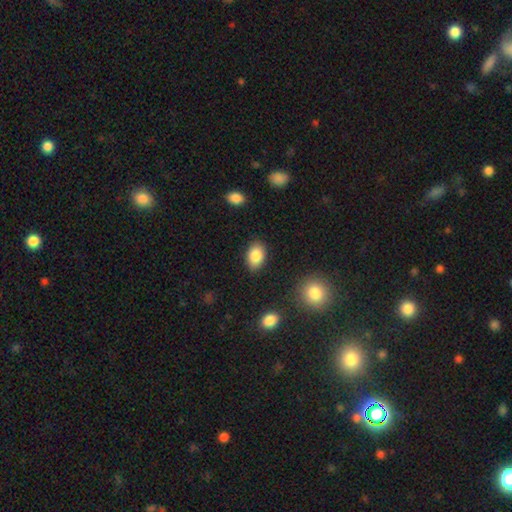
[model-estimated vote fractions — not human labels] Smooth or featured? Predicted: smooth (p=0.85). How rounded? Predicted: in between (p=0.86). Merging? Predicted: none (p=0.85).